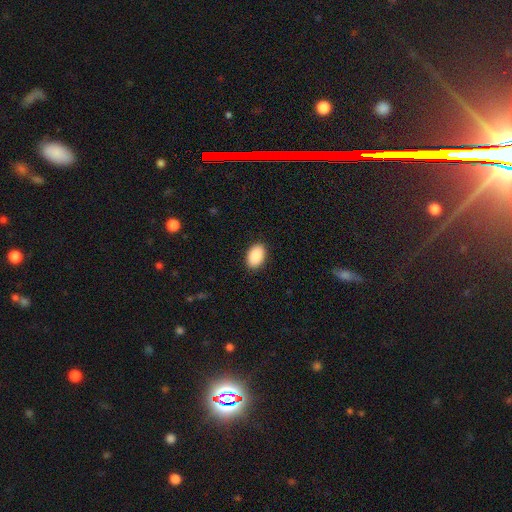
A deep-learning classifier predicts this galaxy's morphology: This appears to be a smooth galaxy with no disk features (90%) that is in between round and cigar-shaped (91%). Merging: none (90%).